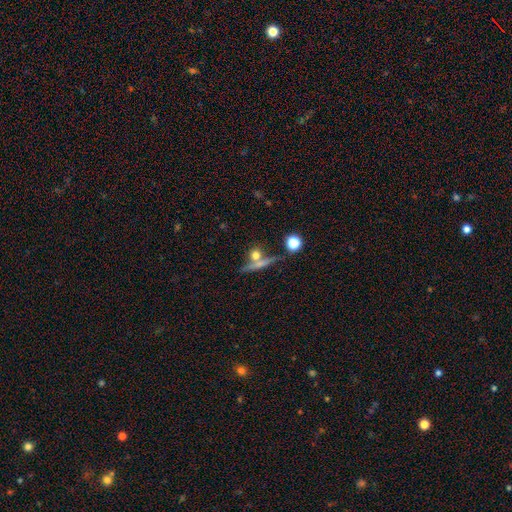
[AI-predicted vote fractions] The model was most divided on "how rounded": round: 51%, cigar-shaped: 32%, in between: 17%. More confident: smooth or featured — smooth (61%); merging — none (60%).